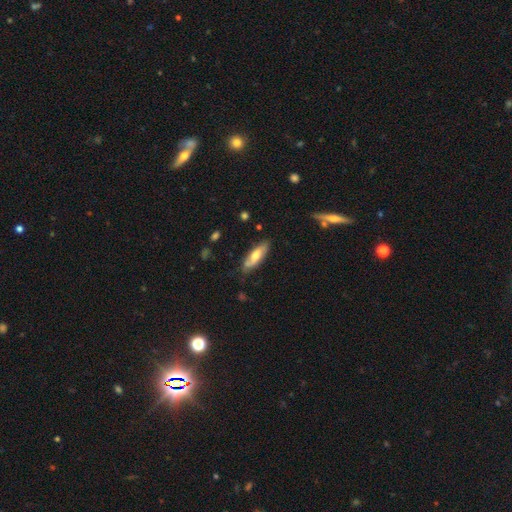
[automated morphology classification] Overall: smooth (53%; featured or disk 42%). How rounded: in between (59%; cigar-shaped 38%). Merging: none (76%).